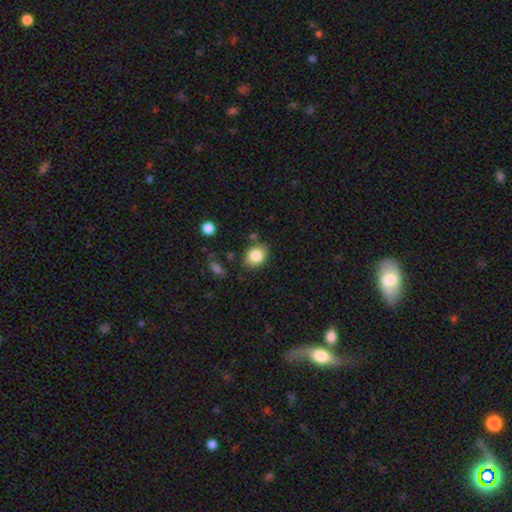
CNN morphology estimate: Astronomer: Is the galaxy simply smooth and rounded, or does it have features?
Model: smooth — 83%.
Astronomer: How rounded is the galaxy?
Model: in between — 64%.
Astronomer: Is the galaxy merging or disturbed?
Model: none — 78%.